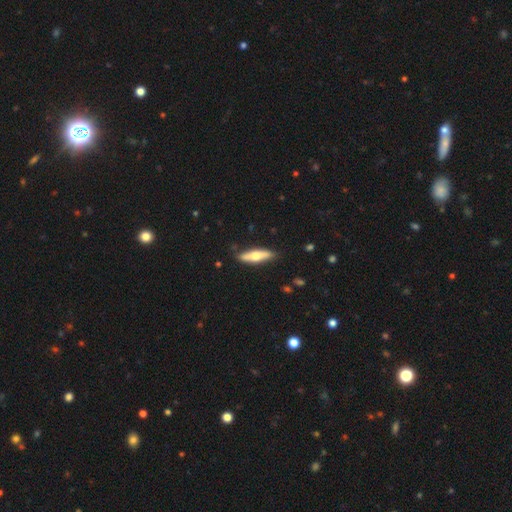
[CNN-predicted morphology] The model was most divided on "smooth or featured": smooth: 51%, featured or disk: 44%, star or artifact: 5%. More confident: merging — none (85%); how rounded — cigar-shaped (68%).